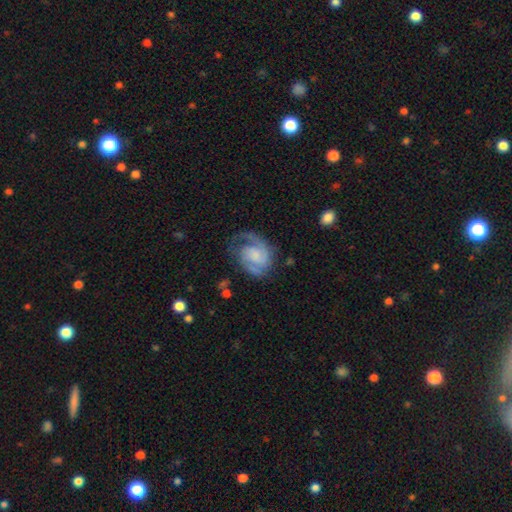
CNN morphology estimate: Smooth or featured?
  - featured or disk: 81% *
  - smooth: 14%
  - star or artifact: 6%
Edge-on disk?
  - no: 98% *
  - yes: 2%
Bar?
  - no: 55% *
  - weak: 38%
  - strong: 7%
Spiral arms?
  - yes: 95% *
  - no: 5%
Spiral winding?
  - medium: 47% *
  - tight: 38%
  - loose: 15%
Spiral arm count?
  - 2: 66% *
  - 1: 17%
  - can't tell: 9%
  - 3: 5%
  - 4: 2%
  - more than 4: 2%
Bulge size?
  - none: 35% *
  - small: 30%
  - moderate: 23%
  - large: 10%
  - dominant: 2%
Merging?
  - none: 60% *
  - minor disturbance: 22%
  - major disturbance: 17%
  - merger: 2%